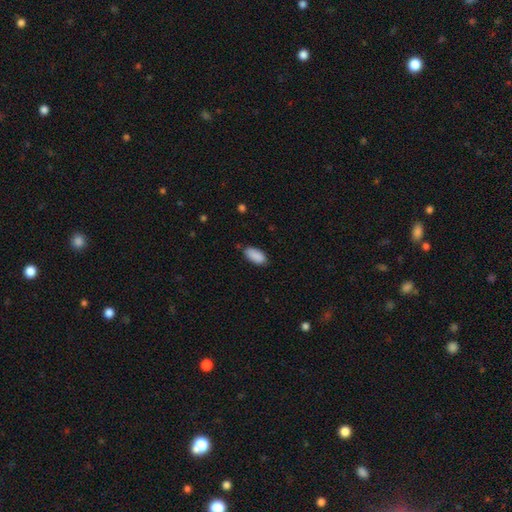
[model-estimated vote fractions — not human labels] Morphology: type=smooth (90%); roundness=in between (92%); merging=none (83%).